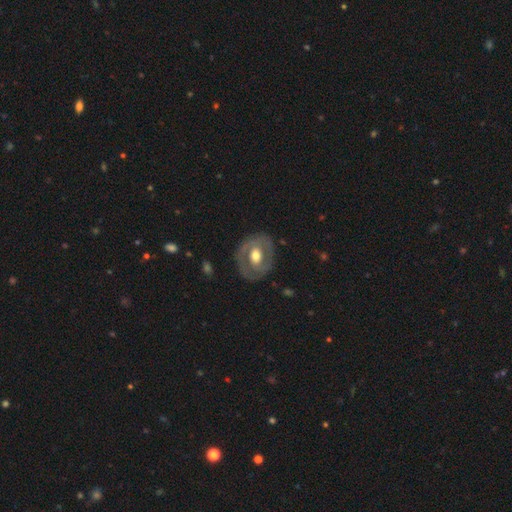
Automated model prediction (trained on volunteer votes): Morphology: type=featured or disk (61%); edge-on=no (95%); bar=no (59%); spiral arms=no (67%); bulge=moderate (68%); merging=none (79%).